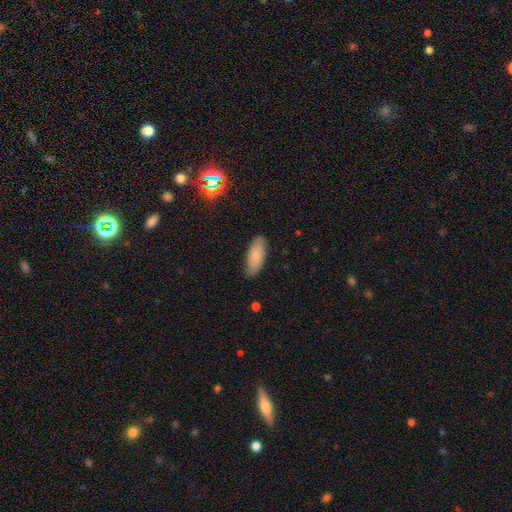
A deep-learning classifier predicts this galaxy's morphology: Smooth or featured? smooth (71%)
How rounded? in between (81%)
Merging? none (80%)